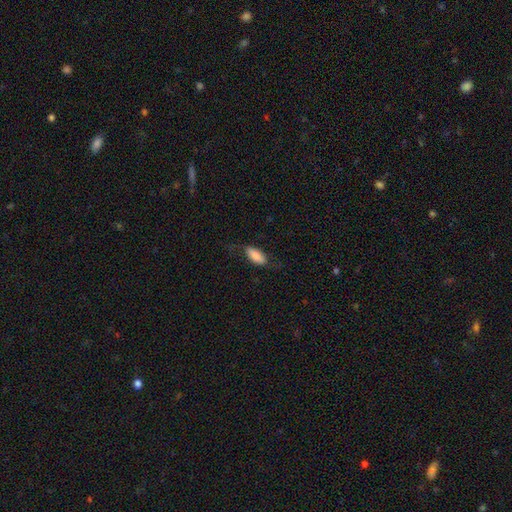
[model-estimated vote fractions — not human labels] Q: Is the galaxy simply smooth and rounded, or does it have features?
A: smooth — 82%.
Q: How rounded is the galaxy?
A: in between — 86%.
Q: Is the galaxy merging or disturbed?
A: none — 68%.